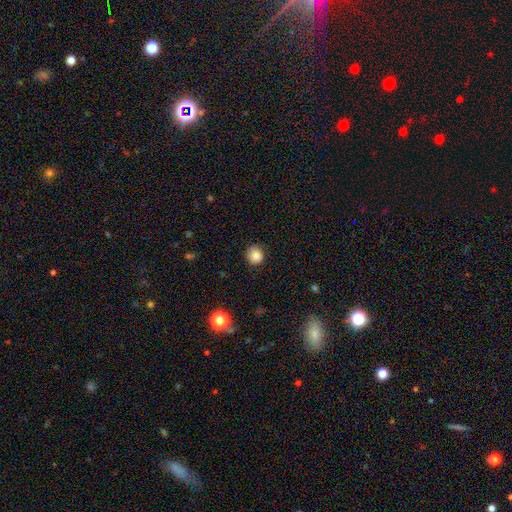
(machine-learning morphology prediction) Smooth or featured? Predicted: smooth (p=0.85). How rounded? Predicted: round (p=0.87). Merging? Predicted: none (p=0.81).